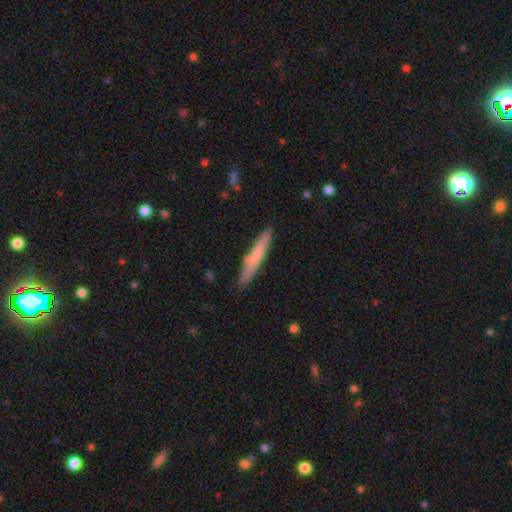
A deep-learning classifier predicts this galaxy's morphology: This is likely a smooth galaxy (65%). How rounded: clearly cigar-shaped (94%). Merging: clearly none (84%).